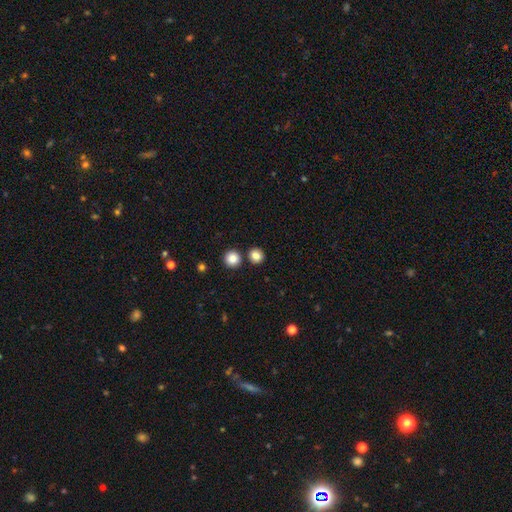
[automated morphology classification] A smooth galaxy with no disk features (84%) that is round (89%). Merging: none (80%).